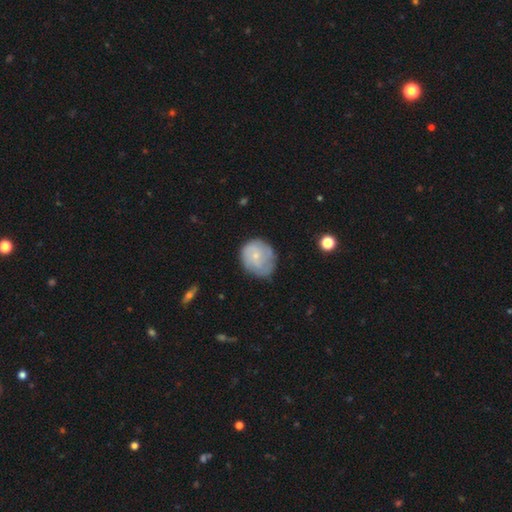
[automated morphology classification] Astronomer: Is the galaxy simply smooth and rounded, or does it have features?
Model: smooth — 56% (runner-up: featured or disk, 37%).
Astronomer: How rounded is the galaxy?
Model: round — 68%.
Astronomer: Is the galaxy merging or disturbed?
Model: none — 58%.